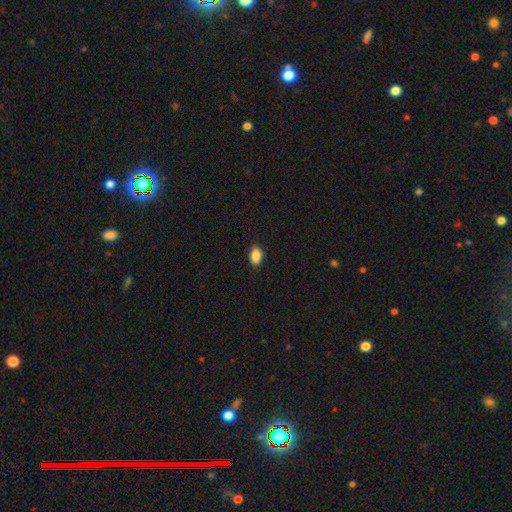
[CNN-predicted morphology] smooth-or-featured: smooth: 88% | star or artifact: 8% | featured or disk: 4%
  how-rounded: in between: 88% | round: 11% | cigar-shaped: 2%
  merging: none: 88% | minor disturbance: 9% | major disturbance: 2% | merger: 1%